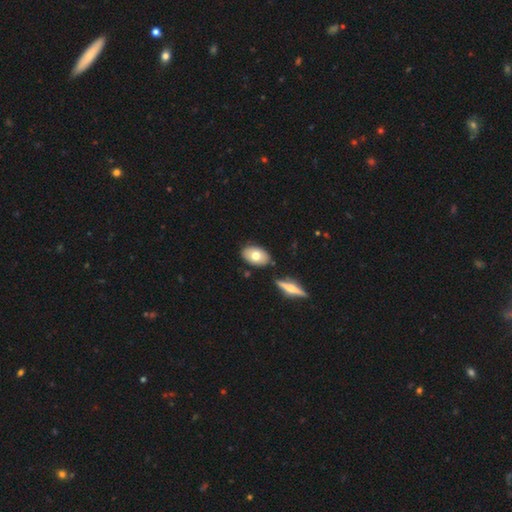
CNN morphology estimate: smooth_or_featured: smooth (p=0.68) [alt: featured or disk p=0.25]
how_rounded: in between (p=0.90) [alt: round p=0.08]
merging: none (p=0.81) [alt: minor disturbance p=0.11]